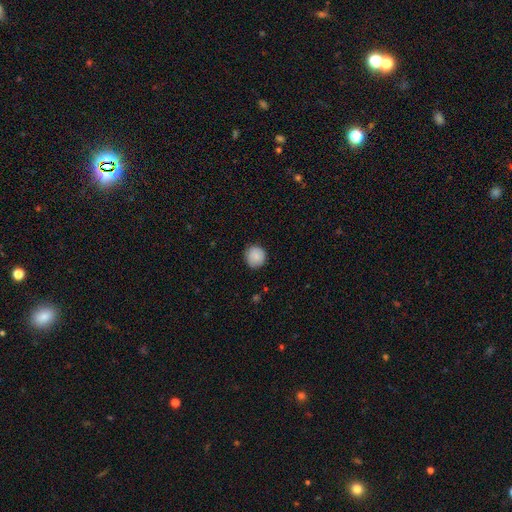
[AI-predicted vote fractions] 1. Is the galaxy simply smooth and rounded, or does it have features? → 88% smooth, 8% star or artifact, 4% featured or disk.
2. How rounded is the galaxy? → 93% round, 6% in between, 1% cigar-shaped.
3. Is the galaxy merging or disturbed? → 88% none, 9% minor disturbance, 2% major disturbance, 1% merger.